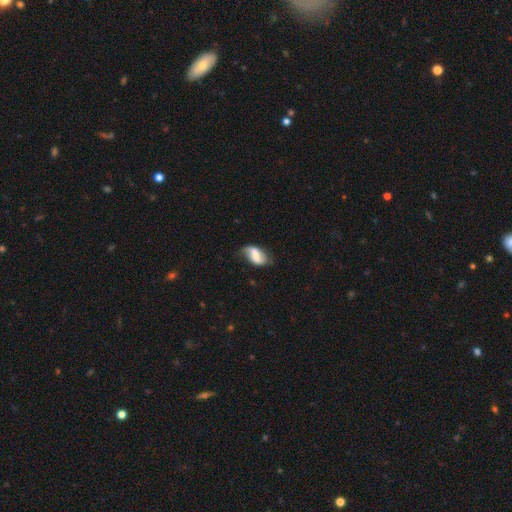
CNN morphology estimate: Smooth or featured: featured or disk — 55% (smooth — 37%)
Edge-on disk: no — 95% (yes — 5%)
Bar: weak — 41% (no — 32%)
Spiral arms: yes — 85% (no — 15%)
Bulge size: moderate — 38% (small — 34%)
Merging: none — 60% (minor disturbance — 28%)